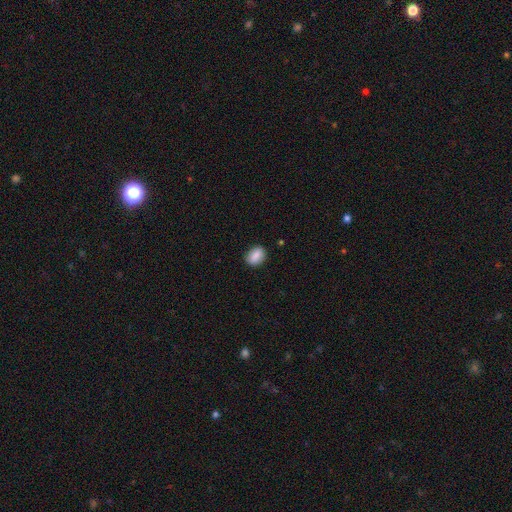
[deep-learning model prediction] This is clearly a smooth galaxy (86%). How rounded: likely in between (72%). Merging: clearly none (85%).